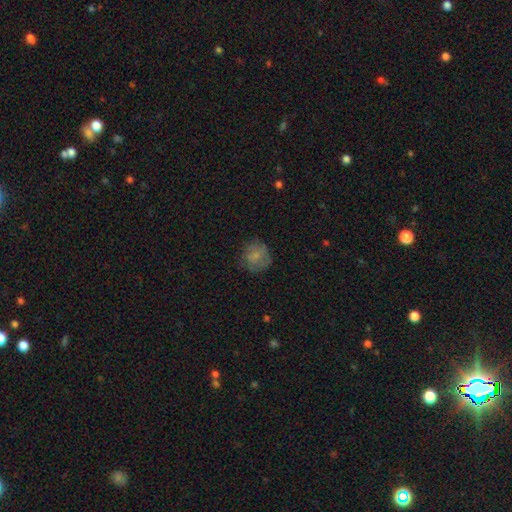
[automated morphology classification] A smooth galaxy with no disk features (73%) that is round (84%).

Vote fractions:
- Smooth or featured? smooth: 73% / featured or disk: 18% / star or artifact: 10%
- How rounded? round: 84% / in between: 15% / cigar-shaped: 1%
- Merging? none: 70% / minor disturbance: 21% / major disturbance: 8% / merger: 1%